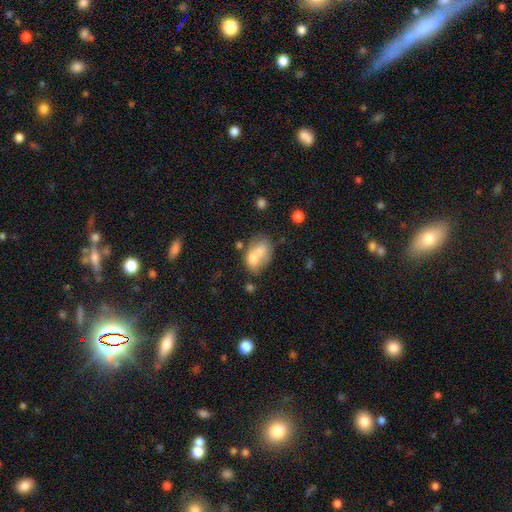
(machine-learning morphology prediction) A smooth galaxy with no disk features (66%) that is in between round and cigar-shaped (78%).

Vote fractions:
- Smooth or featured? smooth: 66% / featured or disk: 25% / star or artifact: 9%
- How rounded? in between: 78% / round: 20% / cigar-shaped: 2%
- Merging? merger: 53% / none: 26% / minor disturbance: 13% / major disturbance: 8%